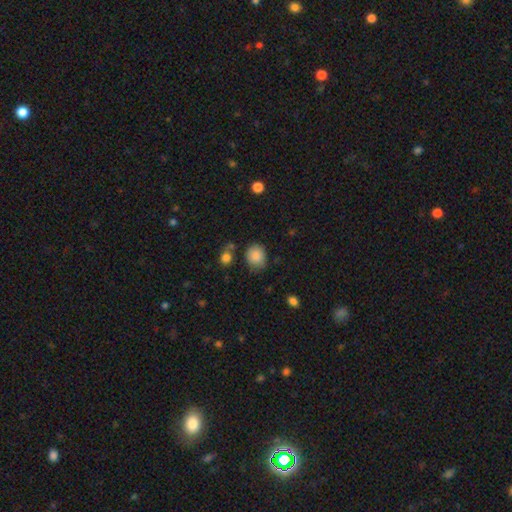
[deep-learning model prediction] Smooth or featured: smooth — 86% (star or artifact — 9%)
How rounded: round — 65% (in between — 34%)
Merging: none — 69% (minor disturbance — 21%)